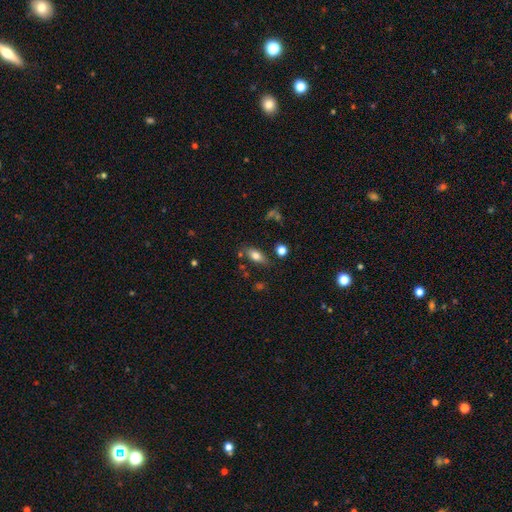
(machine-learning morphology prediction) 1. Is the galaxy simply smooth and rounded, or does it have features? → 74% smooth, 17% featured or disk, 9% star or artifact.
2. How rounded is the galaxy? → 82% in between, 13% cigar-shaped, 5% round.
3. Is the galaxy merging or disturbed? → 76% none, 15% minor disturbance, 5% merger, 4% major disturbance.